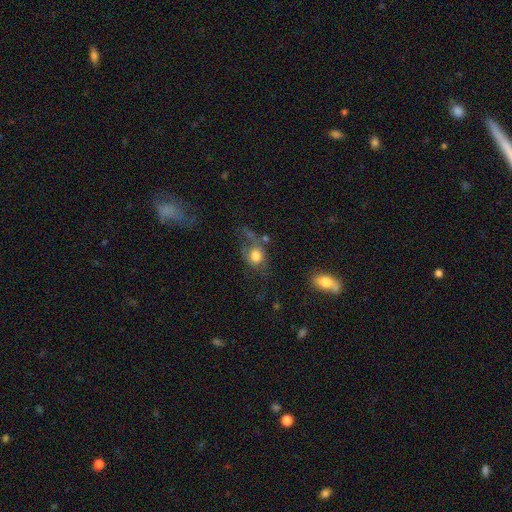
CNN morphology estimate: Smooth or featured?
  - smooth: 67% *
  - featured or disk: 22%
  - star or artifact: 11%
How rounded?
  - round: 52% *
  - in between: 46%
  - cigar-shaped: 2%
Merging?
  - none: 35% *
  - major disturbance: 32%
  - minor disturbance: 22%
  - merger: 11%